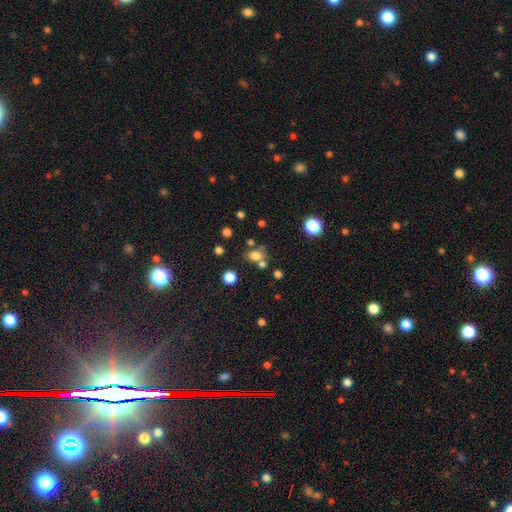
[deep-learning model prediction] Morphology: type=smooth (72%); roundness=in between (54%); merging=none (52%).